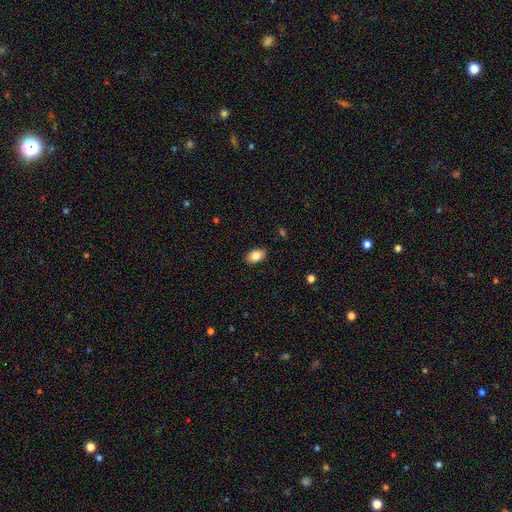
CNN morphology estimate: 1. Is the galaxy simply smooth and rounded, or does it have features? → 85% smooth, 8% featured or disk, 7% star or artifact.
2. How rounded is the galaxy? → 90% in between, 9% round, 1% cigar-shaped.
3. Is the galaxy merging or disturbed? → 88% none, 9% minor disturbance, 2% major disturbance, 1% merger.